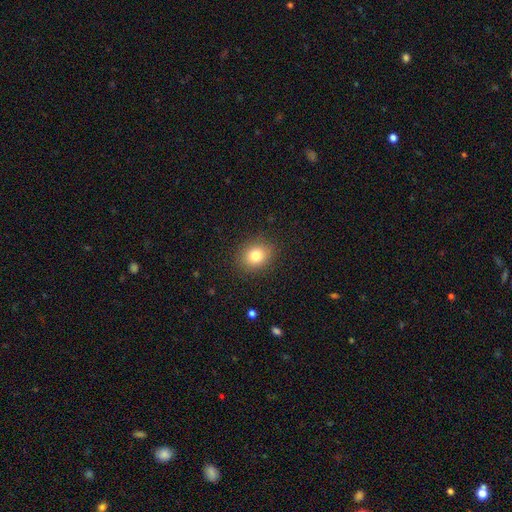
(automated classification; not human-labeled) Smooth or featured: smooth — 80% (star or artifact — 11%)
How rounded: round — 63% (in between — 36%)
Merging: none — 88% (minor disturbance — 8%)